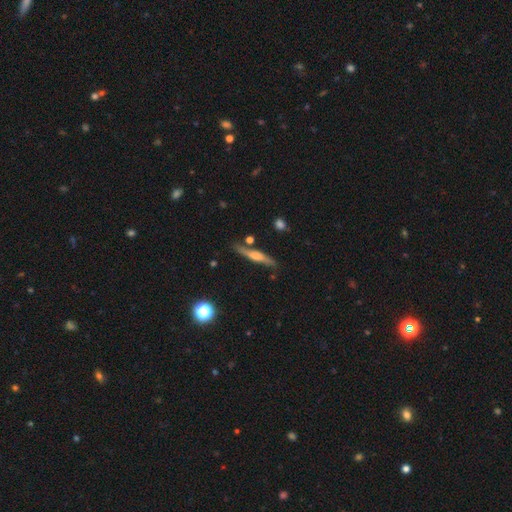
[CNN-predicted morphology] This is possibly a featured or disk galaxy (55%). It is clearly viewed edge-on (92%). Edge-on bulge: likely rounded (66%). Merging: likely none (79%).